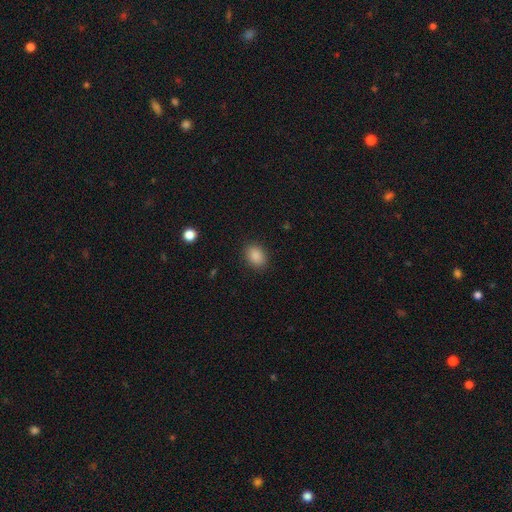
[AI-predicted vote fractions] Smooth or featured: smooth — 88% (star or artifact — 9%)
How rounded: in between — 72% (round — 27%)
Merging: none — 88% (minor disturbance — 8%)